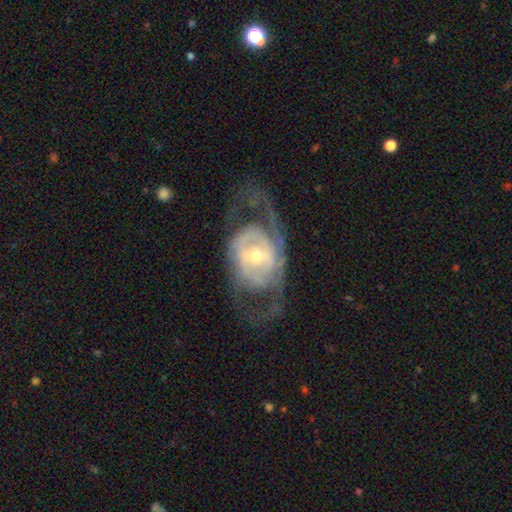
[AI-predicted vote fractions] Smooth or featured: featured or disk — 84% (smooth — 11%)
Edge-on disk: no — 95% (yes — 5%)
Bar: no — 40% (weak — 37%)
Spiral arms: yes — 77% (no — 23%)
Spiral winding: medium — 43% (tight — 34%)
Spiral arm count: 2 — 63% (can't tell — 22%)
Bulge size: moderate — 48% (small — 47%)
Merging: none — 55% (major disturbance — 27%)